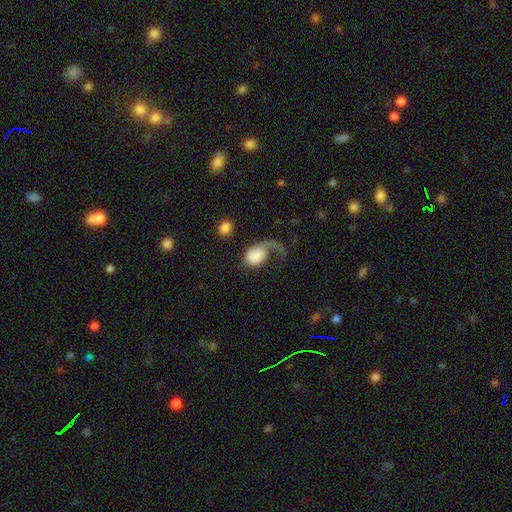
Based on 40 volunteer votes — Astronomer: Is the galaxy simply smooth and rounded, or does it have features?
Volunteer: smooth — 52% (runner-up: featured or disk, 40%).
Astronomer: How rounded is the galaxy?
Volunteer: in between — 62% (runner-up: round, 38%).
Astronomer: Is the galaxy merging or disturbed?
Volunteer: major disturbance — 46% (runner-up: none, 32%).